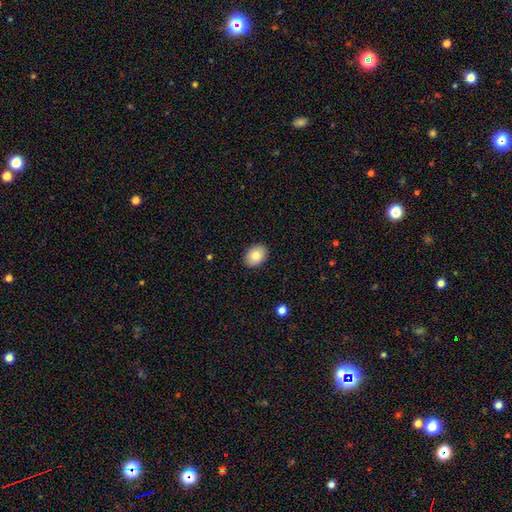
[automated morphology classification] smooth-or-featured: smooth: 81% | featured or disk: 12% | star or artifact: 8%
  how-rounded: in between: 71% | round: 28% | cigar-shaped: 1%
  merging: none: 90% | minor disturbance: 8% | major disturbance: 2% | merger: 1%